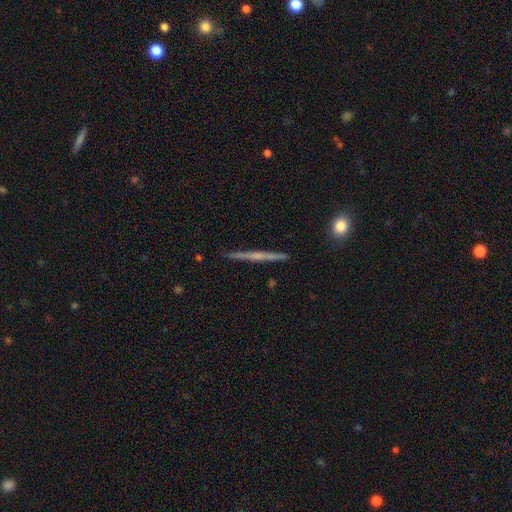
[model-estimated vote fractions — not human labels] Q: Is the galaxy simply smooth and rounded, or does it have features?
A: featured or disk — 62%.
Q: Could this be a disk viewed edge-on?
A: yes — 95%.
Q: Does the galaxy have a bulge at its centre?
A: none — 49%.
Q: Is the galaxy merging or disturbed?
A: none — 89%.